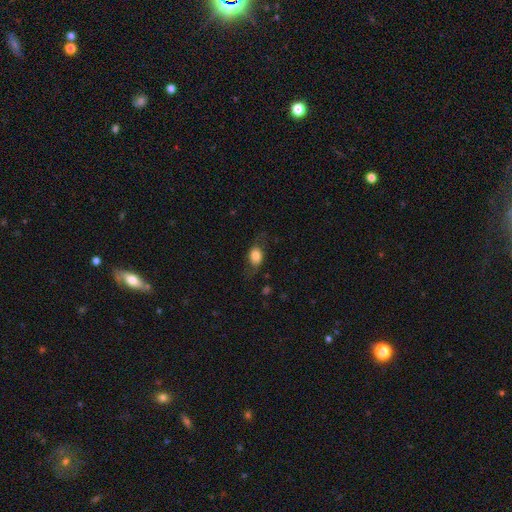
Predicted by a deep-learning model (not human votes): A smooth galaxy with no disk features (74%) that is in between round and cigar-shaped (68%). Merging: none (63%).